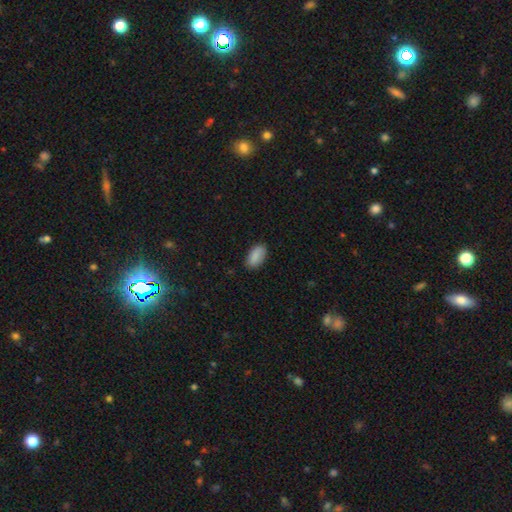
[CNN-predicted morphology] The model was most divided on "merging": none: 84%, minor disturbance: 12%, major disturbance: 2%, merger: 1%. More confident: how rounded — in between (93%); smooth or featured — smooth (88%).